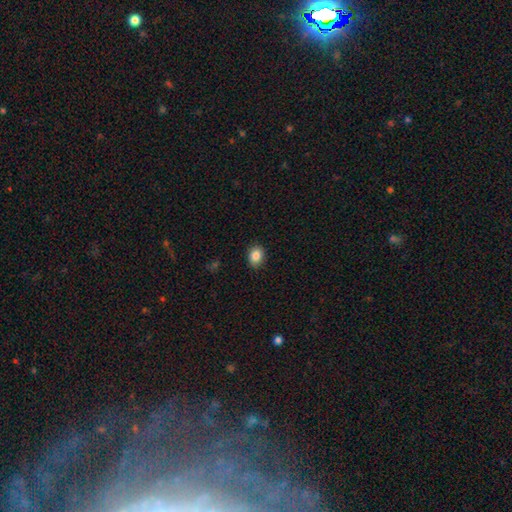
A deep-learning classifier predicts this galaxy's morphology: smooth 86%, star or artifact 9%, featured or disk 5%. Down the decision tree: how rounded — in between (56%); merging — none (88%).